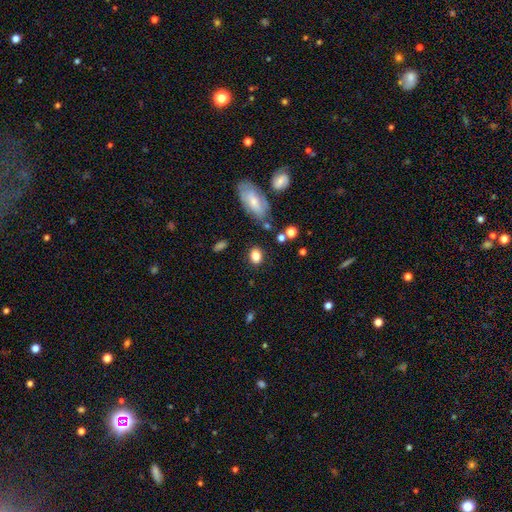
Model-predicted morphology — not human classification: type=smooth (82%); roundness=in between (53%); merging=none (81%).